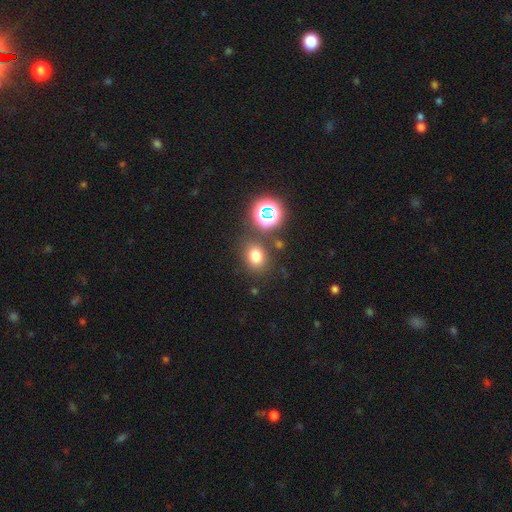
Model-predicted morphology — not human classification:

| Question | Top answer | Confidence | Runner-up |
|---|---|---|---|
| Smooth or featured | smooth | 73% | star or artifact (20%) |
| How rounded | round | 57% | in between (42%) |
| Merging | none | 79% | minor disturbance (10%) |